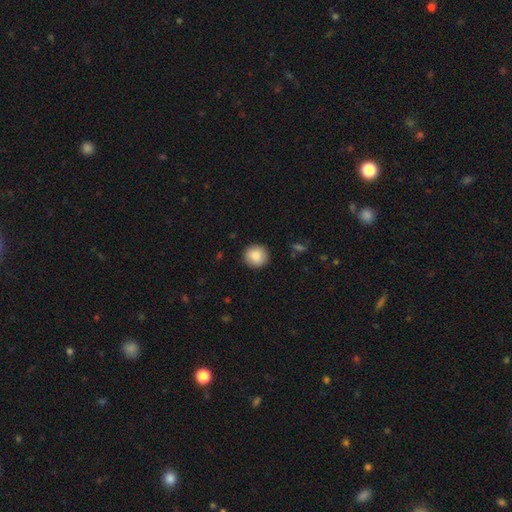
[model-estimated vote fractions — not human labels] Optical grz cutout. It shows a smooth galaxy with no disk features (86%) that is round (91%). Merging: none (90%).